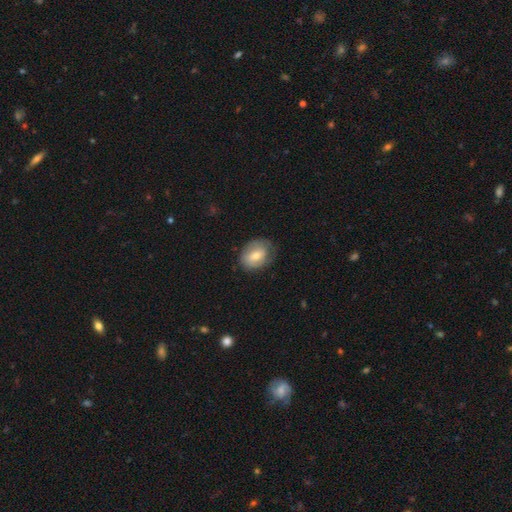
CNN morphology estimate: Smooth or featured? smooth (62%)
How rounded? in between (63%)
Merging? none (70%)